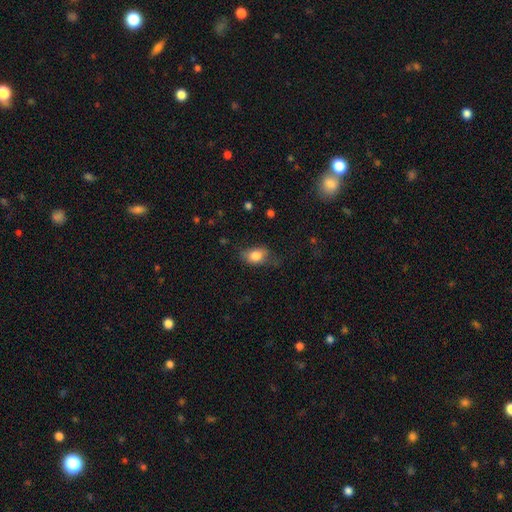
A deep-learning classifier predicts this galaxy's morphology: Q: Smooth or featured?
A: smooth (80%); runner-up: featured or disk (11%)
Q: How rounded?
A: in between (77%); runner-up: round (21%)
Q: Merging?
A: none (61%); runner-up: minor disturbance (28%)